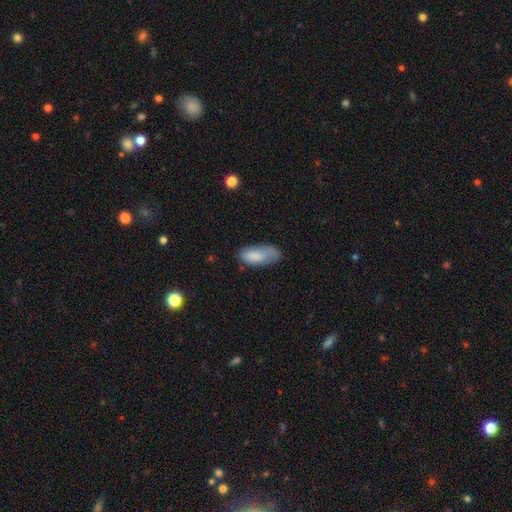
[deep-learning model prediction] smooth_or_featured: smooth (p=0.84) [alt: featured or disk p=0.10]
how_rounded: in between (p=0.85) [alt: cigar-shaped p=0.13]
merging: none (p=0.57) [alt: minor disturbance p=0.31]